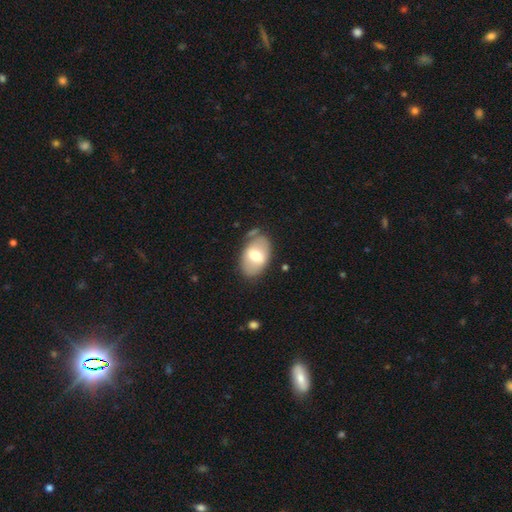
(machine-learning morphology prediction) Smooth or featured? smooth (61%)
How rounded? in between (90%)
Merging? none (71%)